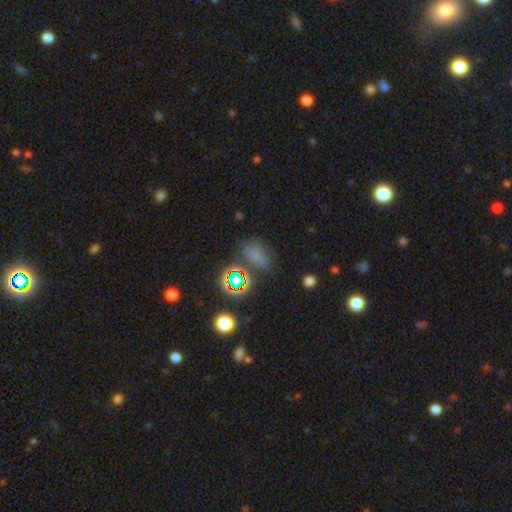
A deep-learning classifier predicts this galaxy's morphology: Overall: smooth (57%; star or artifact 33%). How rounded: in between (70%). Merging: none (61%).